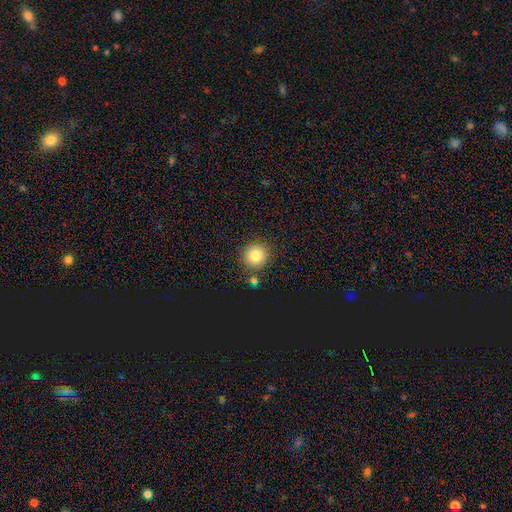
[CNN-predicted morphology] Overall: smooth (82%). How rounded: round (91%). Merging: none (82%).